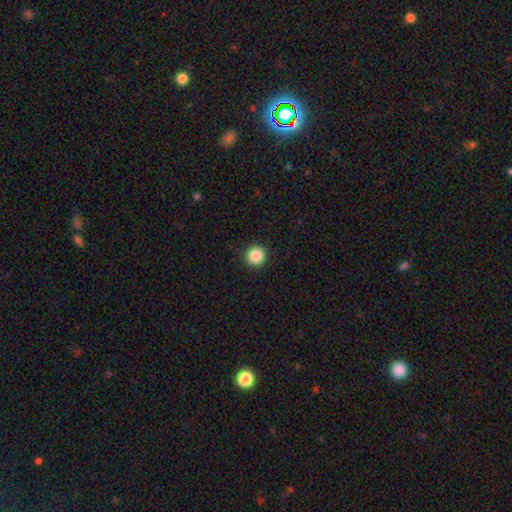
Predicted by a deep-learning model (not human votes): A smooth galaxy with no disk features (88%) that is round (94%). Merging: none (92%).